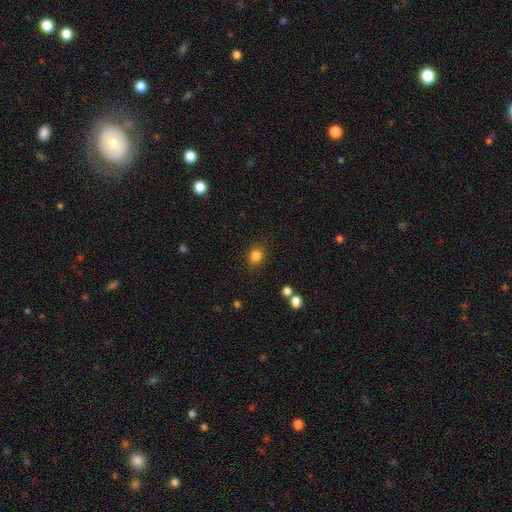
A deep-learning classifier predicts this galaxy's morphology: This appears to be a smooth galaxy with no disk features (84%) that is round (67%). Merging: none (86%).